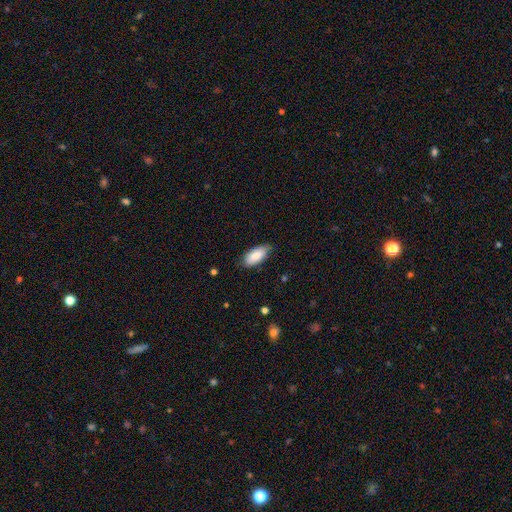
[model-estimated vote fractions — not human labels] A smooth galaxy with no disk features (86%) that is in between round and cigar-shaped (88%). Merging: none (76%).